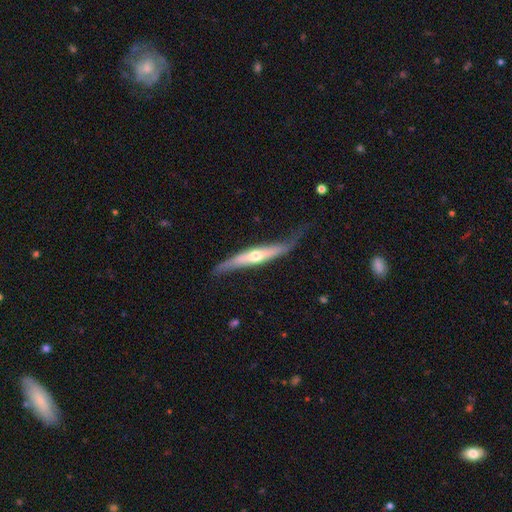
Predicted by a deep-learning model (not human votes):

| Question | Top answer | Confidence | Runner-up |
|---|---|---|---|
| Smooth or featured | featured or disk | 63% | smooth (33%) |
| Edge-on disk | yes | 81% | no (19%) |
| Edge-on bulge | rounded | 82% | none (13%) |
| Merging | none | 54% | minor disturbance (29%) |